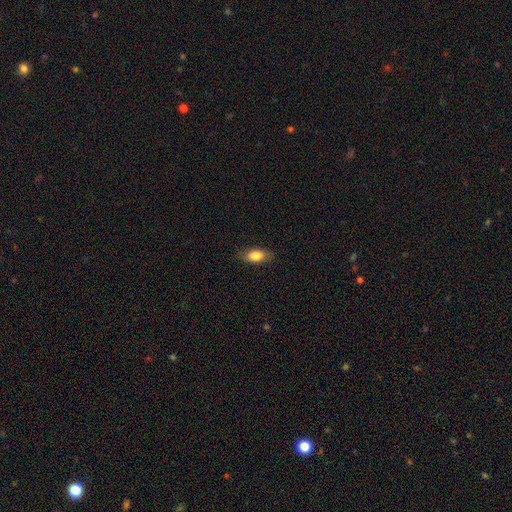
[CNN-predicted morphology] Overall: smooth (82%). How rounded: in between (87%). Merging: none (84%).